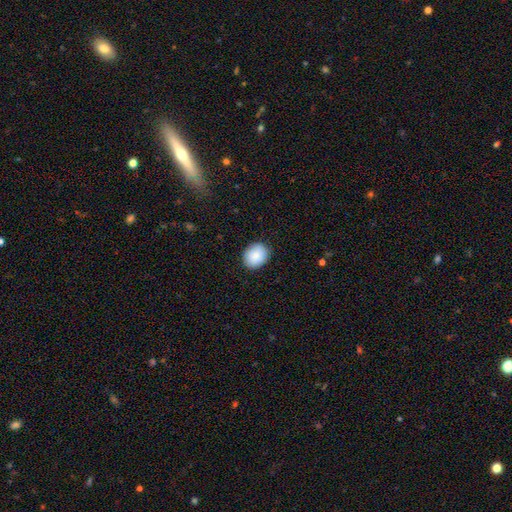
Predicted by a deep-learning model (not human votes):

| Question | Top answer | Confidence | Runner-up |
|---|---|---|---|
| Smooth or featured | smooth | 87% | star or artifact (7%) |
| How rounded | round | 51% | in between (48%) |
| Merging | none | 88% | minor disturbance (9%) |